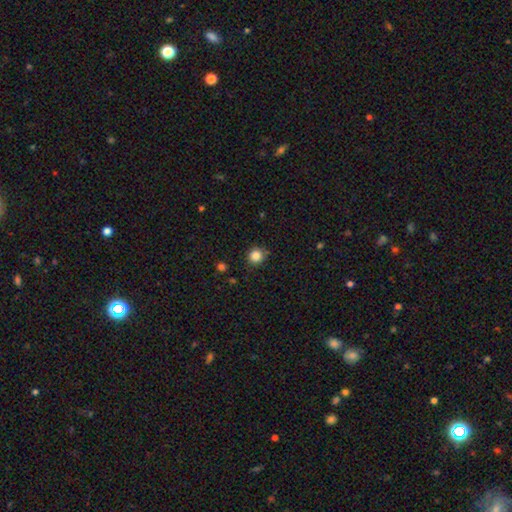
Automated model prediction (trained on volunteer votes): Smooth or featured? Predicted: smooth (p=0.85). How rounded? Predicted: round (p=0.92). Merging? Predicted: none (p=0.86).